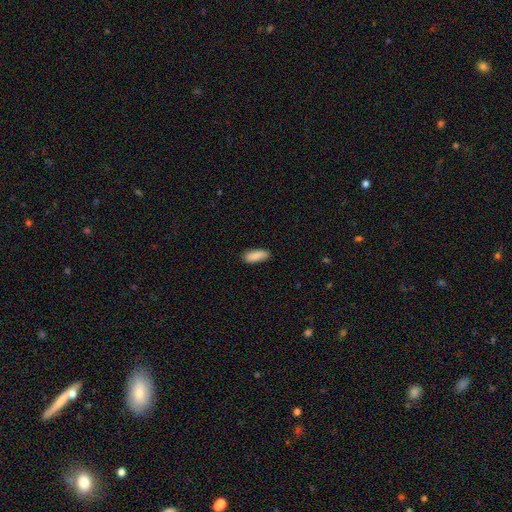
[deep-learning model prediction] smooth_or_featured: smooth (p=0.89) [alt: star or artifact p=0.06]
how_rounded: in between (p=0.74) [alt: cigar-shaped p=0.25]
merging: none (p=0.86) [alt: minor disturbance p=0.11]